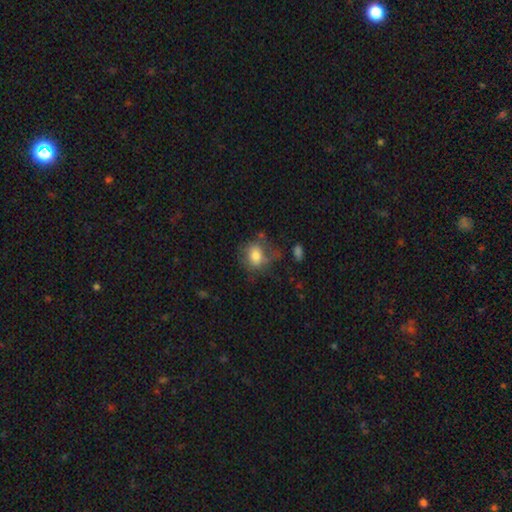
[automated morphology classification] Smooth or featured?
  - smooth: 72% *
  - featured or disk: 19%
  - star or artifact: 9%
How rounded?
  - round: 50% *
  - in between: 48%
  - cigar-shaped: 1%
Merging?
  - none: 46% *
  - minor disturbance: 26%
  - major disturbance: 21%
  - merger: 7%